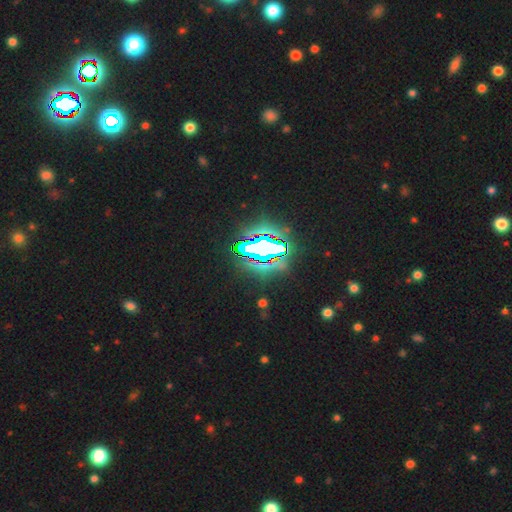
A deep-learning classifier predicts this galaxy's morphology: Overall: star or artifact (74%).